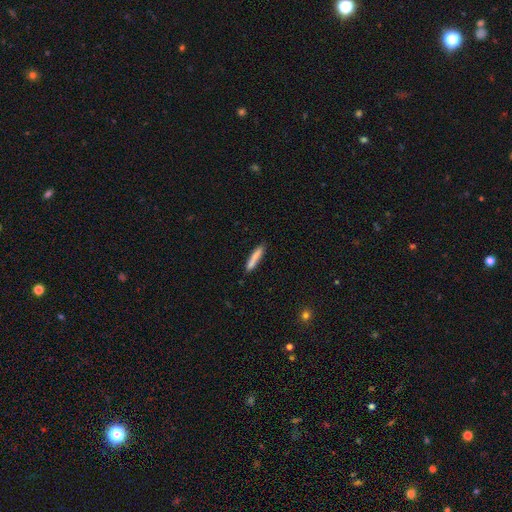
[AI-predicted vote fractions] The model was most divided on "smooth or featured": smooth: 81%, featured or disk: 13%, star or artifact: 6%. More confident: how rounded — cigar-shaped (93%); merging — none (85%).